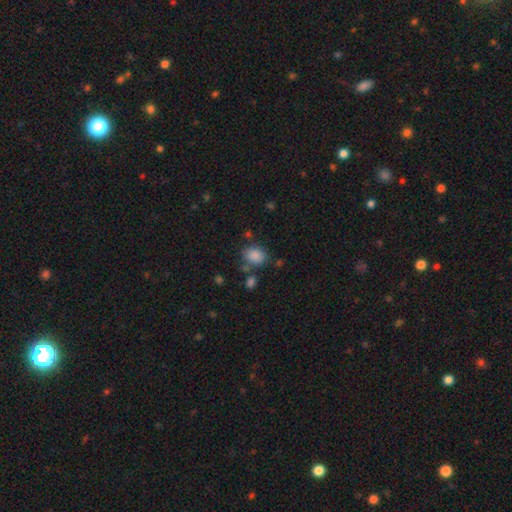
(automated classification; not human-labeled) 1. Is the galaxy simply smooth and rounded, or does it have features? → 85% smooth, 10% star or artifact, 5% featured or disk.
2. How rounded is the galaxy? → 50% in between, 49% round, 1% cigar-shaped.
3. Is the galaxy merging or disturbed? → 69% none, 16% minor disturbance, 10% merger, 6% major disturbance.